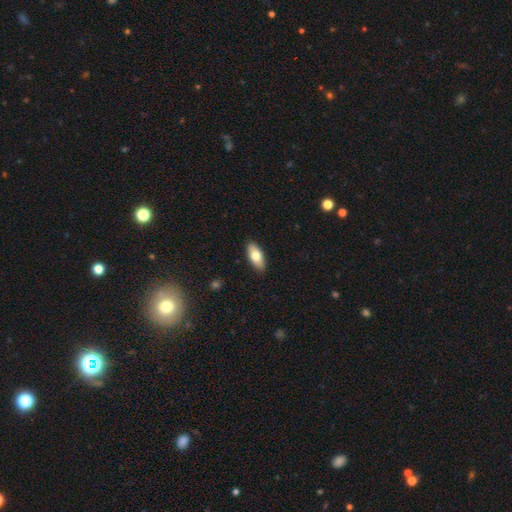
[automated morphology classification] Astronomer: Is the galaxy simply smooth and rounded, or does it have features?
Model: smooth — 76%.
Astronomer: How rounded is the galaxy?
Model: in between — 84%.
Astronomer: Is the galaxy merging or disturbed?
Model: none — 89%.